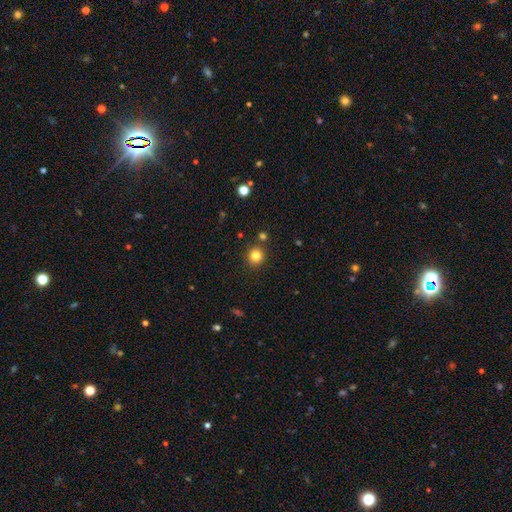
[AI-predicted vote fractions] smooth-or-featured: smooth: 81% | star or artifact: 13% | featured or disk: 6%
  how-rounded: round: 92% | in between: 7% | cigar-shaped: 1%
  merging: none: 87% | minor disturbance: 7% | merger: 5% | major disturbance: 2%